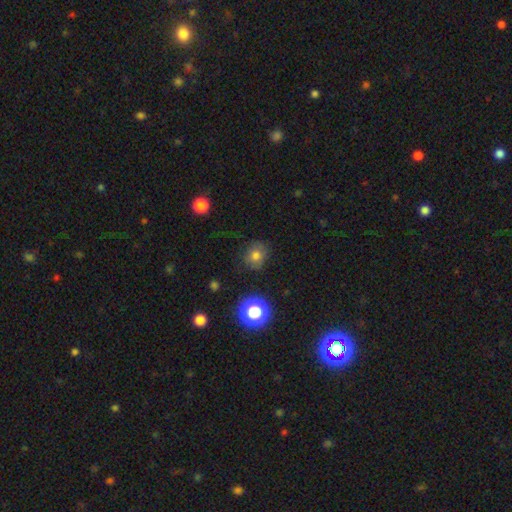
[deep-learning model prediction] Q: Smooth or featured?
A: smooth (76%); runner-up: star or artifact (16%)
Q: How rounded?
A: round (73%); runner-up: in between (26%)
Q: Merging?
A: none (80%); runner-up: minor disturbance (14%)